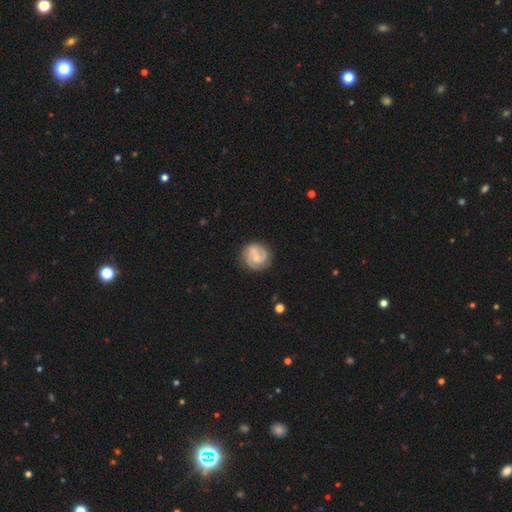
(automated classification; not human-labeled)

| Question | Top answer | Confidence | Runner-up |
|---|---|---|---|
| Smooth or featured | featured or disk | 72% | smooth (22%) |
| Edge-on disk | no | 98% | yes (2%) |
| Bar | no | 53% | weak (40%) |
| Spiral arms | yes | 94% | no (6%) |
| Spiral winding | tight | 45% | medium (43%) |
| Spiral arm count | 2 | 74% | 3 (10%) |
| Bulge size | small | 54% | moderate (33%) |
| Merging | none | 82% | minor disturbance (12%) |